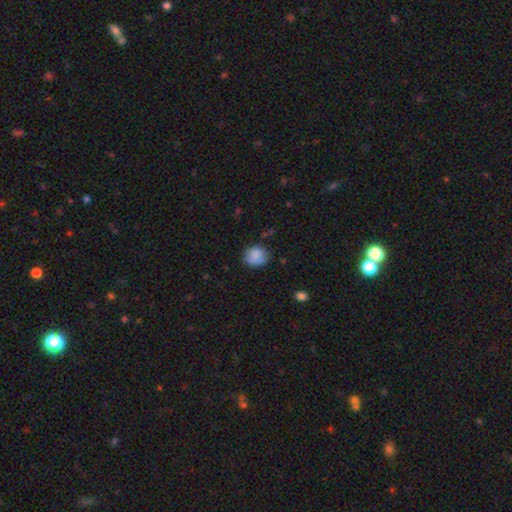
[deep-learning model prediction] Overall: smooth (80%). How rounded: round (66%; in between 33%). Merging: none (63%; minor disturbance 26%).